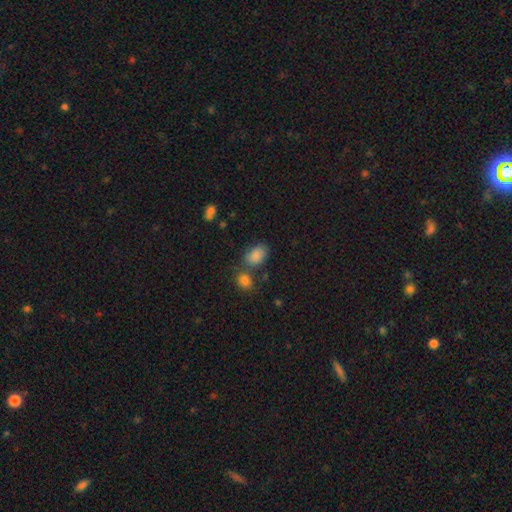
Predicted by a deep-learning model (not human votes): A smooth galaxy with no disk features (82%) that is in between round and cigar-shaped (85%). Merging: none (53%).